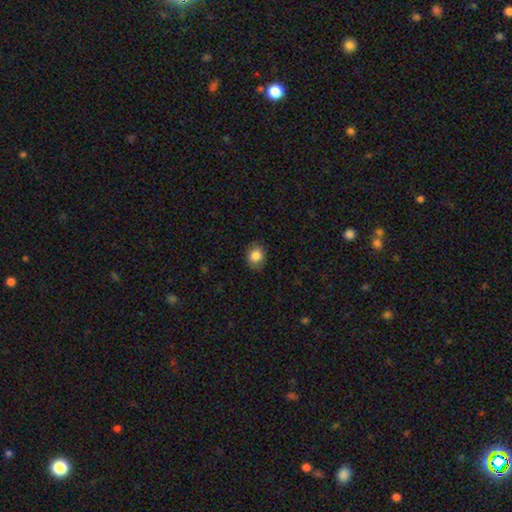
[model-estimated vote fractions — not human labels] This appears to be a smooth galaxy with no disk features (85%) that is round (68%). Merging: none (86%).